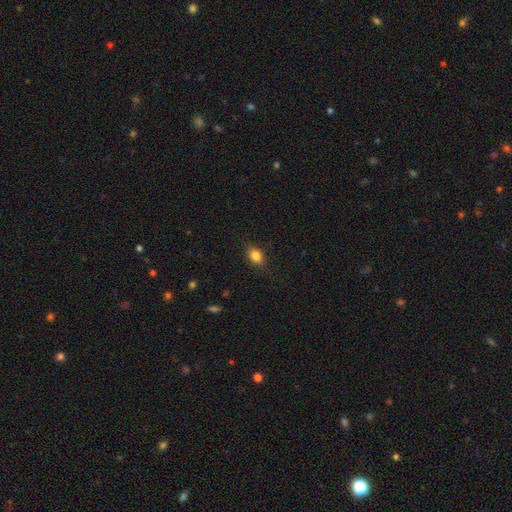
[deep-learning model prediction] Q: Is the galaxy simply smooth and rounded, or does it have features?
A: smooth — 83%.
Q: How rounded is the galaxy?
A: in between — 76%.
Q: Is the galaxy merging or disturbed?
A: none — 83%.